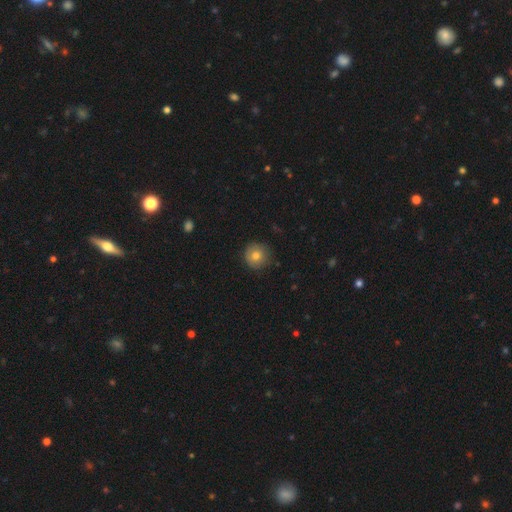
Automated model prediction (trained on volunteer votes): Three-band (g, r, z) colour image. It shows a smooth galaxy with no disk features (77%) that is round (94%). Merging: none (86%).